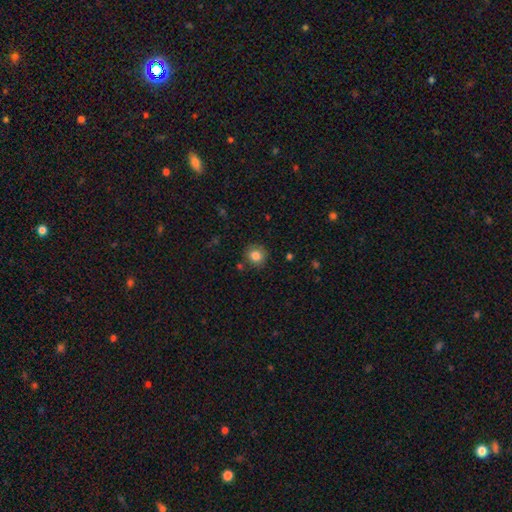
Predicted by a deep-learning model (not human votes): Overall: smooth (83%). How rounded: round (89%). Merging: none (84%).